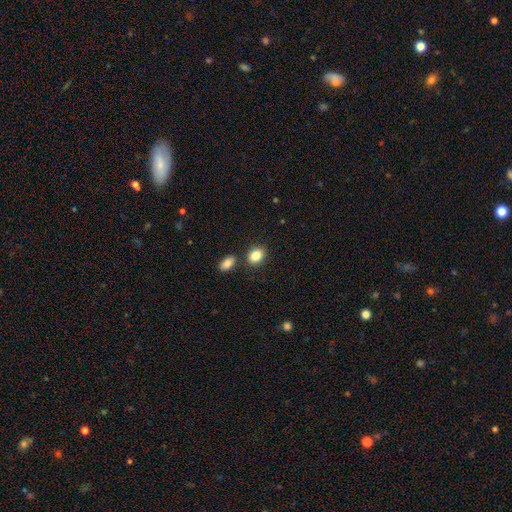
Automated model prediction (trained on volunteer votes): Smooth or featured? smooth (85%)
How rounded? in between (65%)
Merging? none (76%)